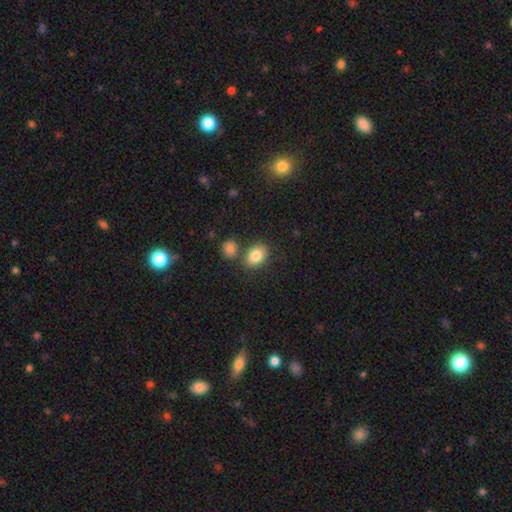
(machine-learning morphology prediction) A smooth galaxy with no disk features (84%) that is in between round and cigar-shaped (73%).

Vote fractions:
- Smooth or featured? smooth: 84% / star or artifact: 8% / featured or disk: 8%
- How rounded? in between: 73% / round: 26% / cigar-shaped: 1%
- Merging? none: 69% / merger: 17% / minor disturbance: 11% / major disturbance: 3%